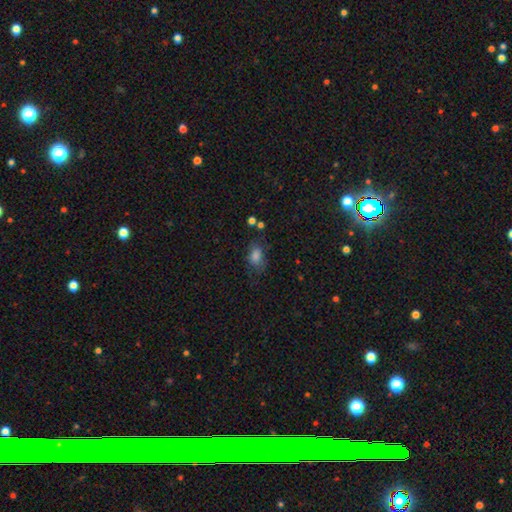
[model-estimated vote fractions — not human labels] The model was most divided on "merging": none: 57%, minor disturbance: 25%, major disturbance: 14%, merger: 4%. More confident: how rounded — in between (81%); smooth or featured — smooth (73%).